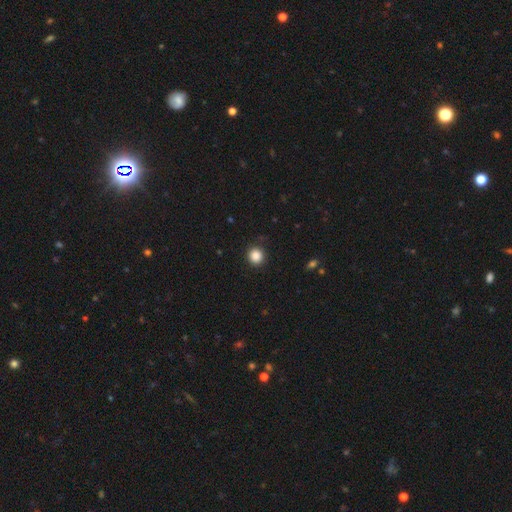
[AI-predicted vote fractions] A smooth galaxy with no disk features (86%) that is round (92%).

Vote fractions:
- Smooth or featured? smooth: 86% / star or artifact: 11% / featured or disk: 3%
- How rounded? round: 92% / in between: 7% / cigar-shaped: 1%
- Merging? none: 89% / minor disturbance: 8% / major disturbance: 2% / merger: 1%